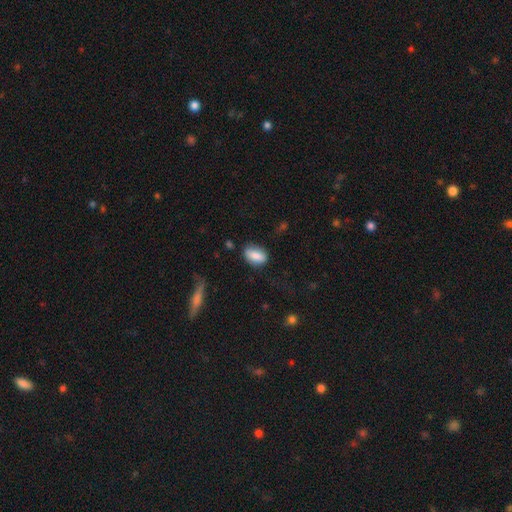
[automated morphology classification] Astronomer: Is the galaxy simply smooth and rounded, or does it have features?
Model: smooth — 83%.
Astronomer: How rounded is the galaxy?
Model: in between — 88%.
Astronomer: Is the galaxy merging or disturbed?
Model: none — 73%.